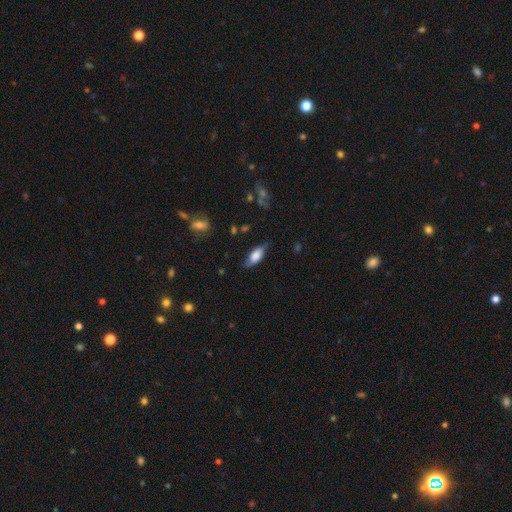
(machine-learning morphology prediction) Q: Smooth or featured?
A: smooth (68%); runner-up: featured or disk (25%)
Q: How rounded?
A: in between (77%); runner-up: cigar-shaped (20%)
Q: Merging?
A: none (73%); runner-up: minor disturbance (20%)